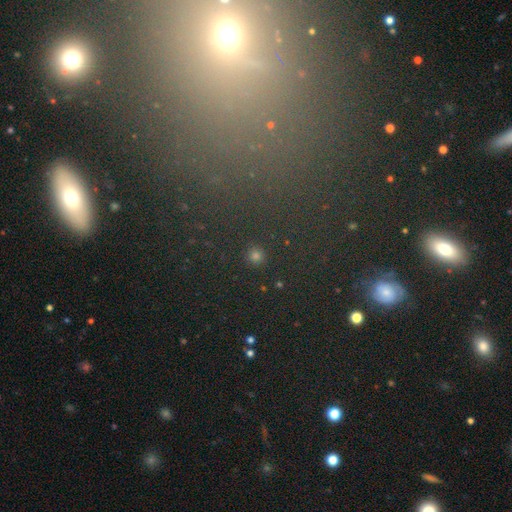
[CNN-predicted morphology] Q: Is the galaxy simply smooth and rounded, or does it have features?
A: smooth — 68%.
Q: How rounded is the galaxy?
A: round — 93%.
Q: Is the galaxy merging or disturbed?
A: none — 92%.